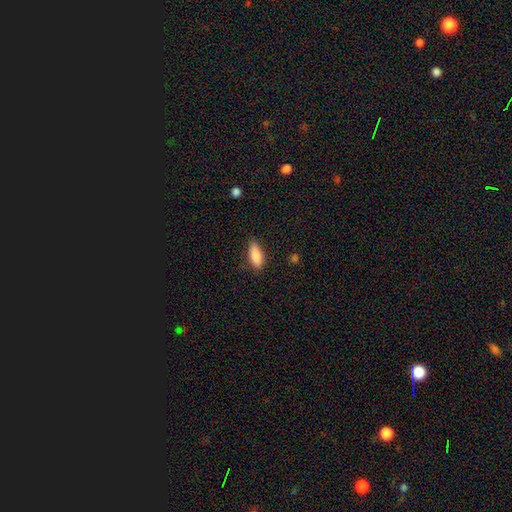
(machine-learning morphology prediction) A smooth galaxy with no disk features (86%) that is in between round and cigar-shaped (76%). Merging: none (77%).